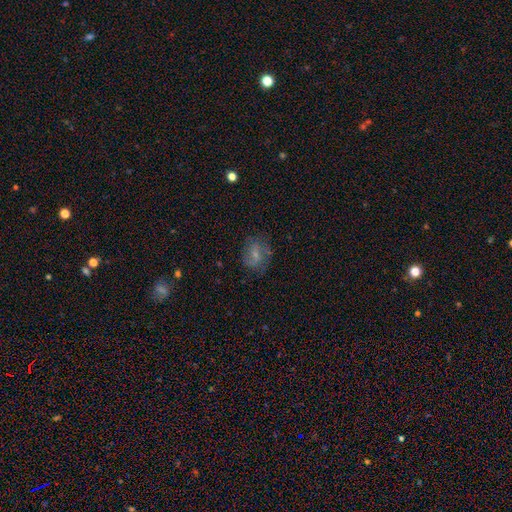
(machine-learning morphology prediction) This is possibly a smooth galaxy (51%). How rounded: possibly round (53%). Merging: likely none (65%).